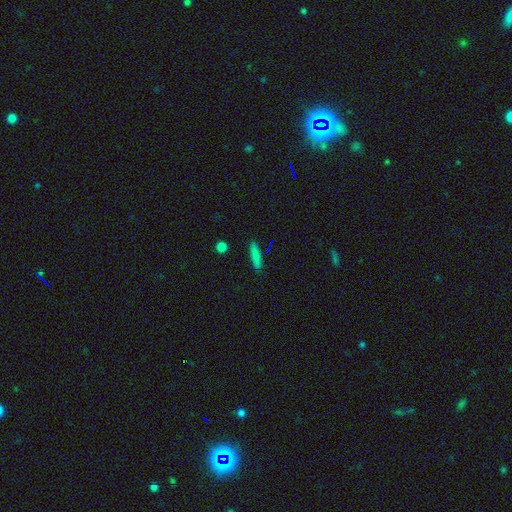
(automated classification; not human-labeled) A smooth galaxy with no disk features (82%) that is cigar-shaped (80%). Merging: none (88%).